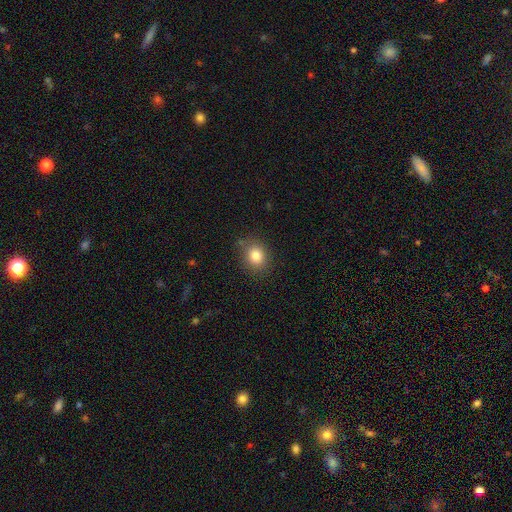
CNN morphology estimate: This is clearly a smooth galaxy (83%). How rounded: likely round (63%). Merging: clearly none (82%).